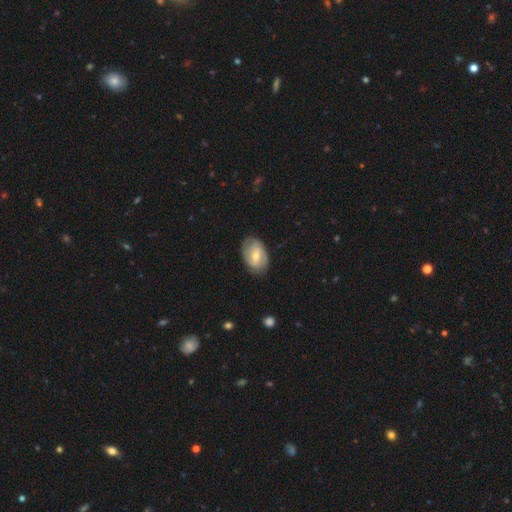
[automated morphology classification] featured or disk 54%, smooth 39%, star or artifact 7%. Down the decision tree: edge-on disk — no (94%); bar — weak (44%); spiral arms — yes (71%); bulge size — moderate (56%); merging — none (79%).